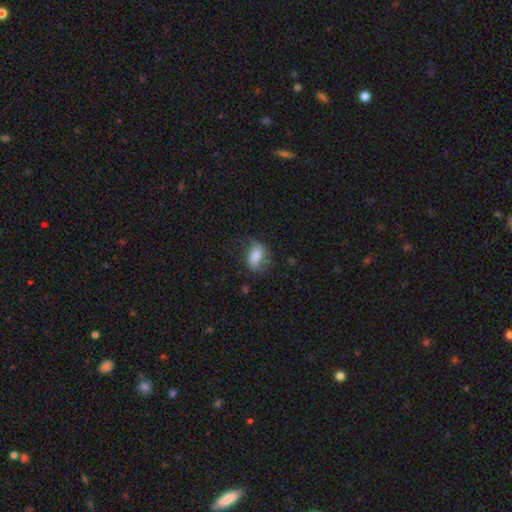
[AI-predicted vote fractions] A smooth galaxy with no disk features (55%) that is in between round and cigar-shaped (82%). Merging: none (55%).